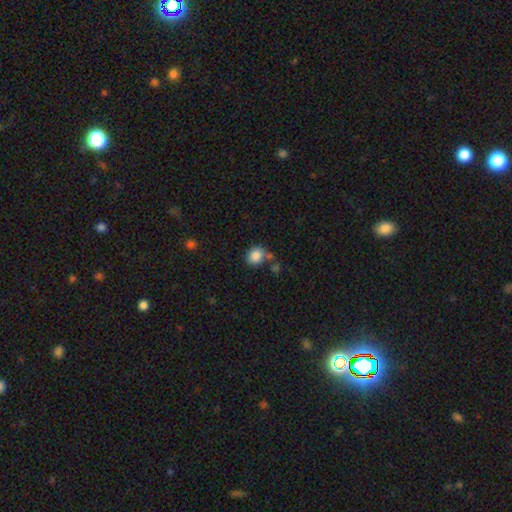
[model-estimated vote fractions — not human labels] Overall: smooth (86%). How rounded: round (69%; in between 30%). Merging: none (63%).